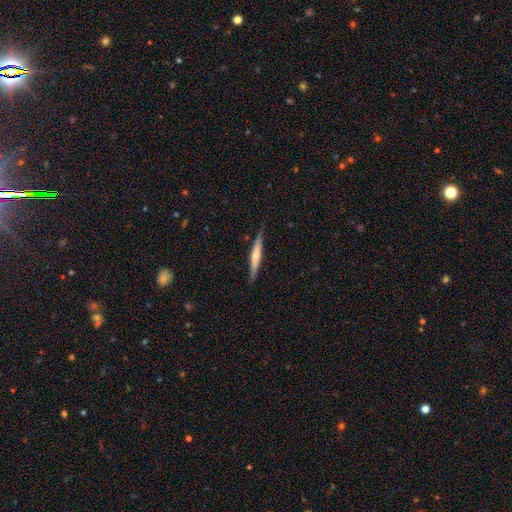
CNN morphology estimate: Smooth or featured? featured or disk (49%)
Merging? none (85%)